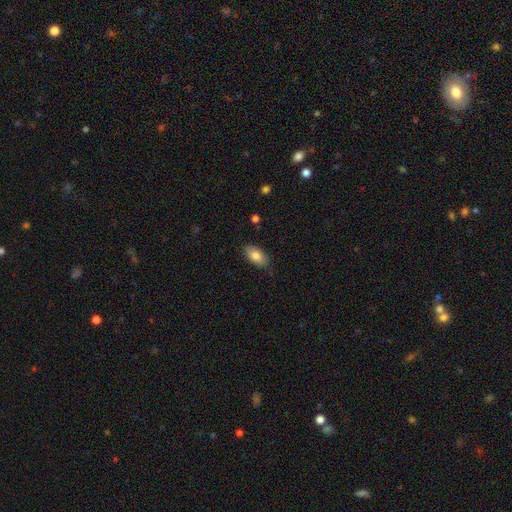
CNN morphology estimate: Q: Smooth or featured?
A: smooth (83%); runner-up: featured or disk (10%)
Q: How rounded?
A: in between (93%); runner-up: round (4%)
Q: Merging?
A: none (82%); runner-up: minor disturbance (14%)